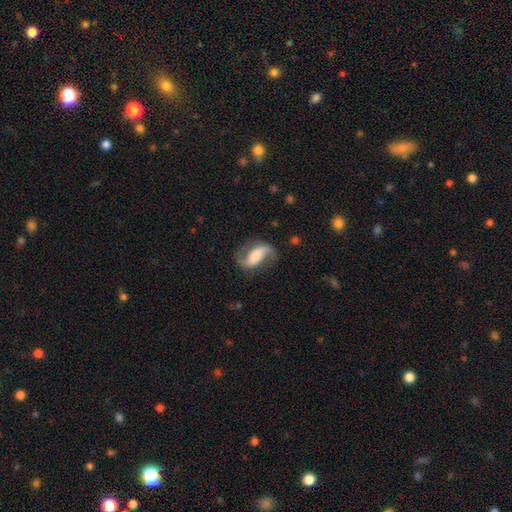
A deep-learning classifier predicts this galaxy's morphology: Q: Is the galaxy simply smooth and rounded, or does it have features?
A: featured or disk — 80%.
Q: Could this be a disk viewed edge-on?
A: no — 96%.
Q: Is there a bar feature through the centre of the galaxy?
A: strong — 40%.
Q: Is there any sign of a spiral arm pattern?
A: yes — 95%.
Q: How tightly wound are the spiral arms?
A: loose — 60%.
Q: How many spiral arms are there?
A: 2 — 91%.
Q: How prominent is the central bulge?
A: moderate — 38%.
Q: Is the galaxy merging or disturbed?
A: none — 76%.